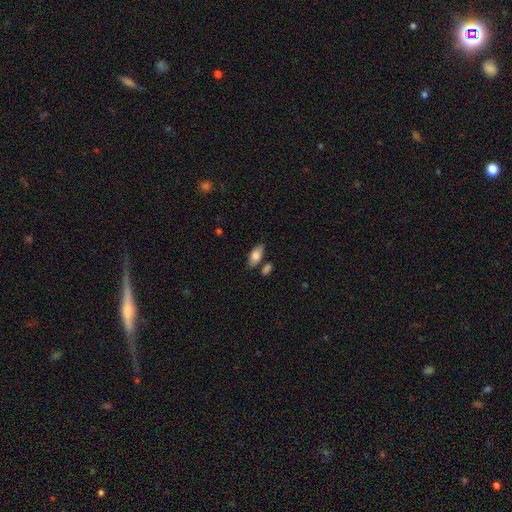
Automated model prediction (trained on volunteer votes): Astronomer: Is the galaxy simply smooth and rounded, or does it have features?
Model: smooth — 80%.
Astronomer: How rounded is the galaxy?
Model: in between — 88%.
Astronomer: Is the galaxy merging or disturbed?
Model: none — 76%.